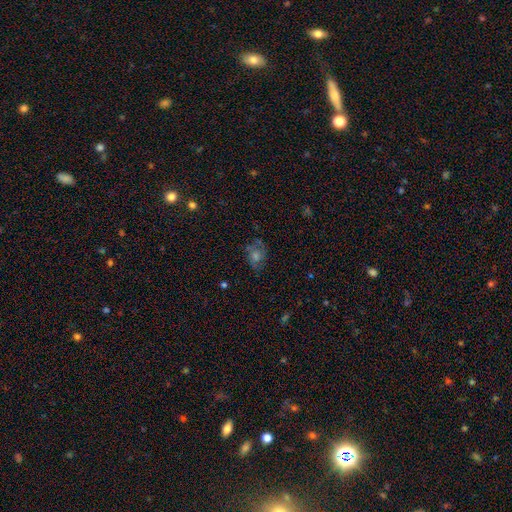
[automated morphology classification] This is possibly a featured or disk galaxy (47%). Merging: likely none (72%).